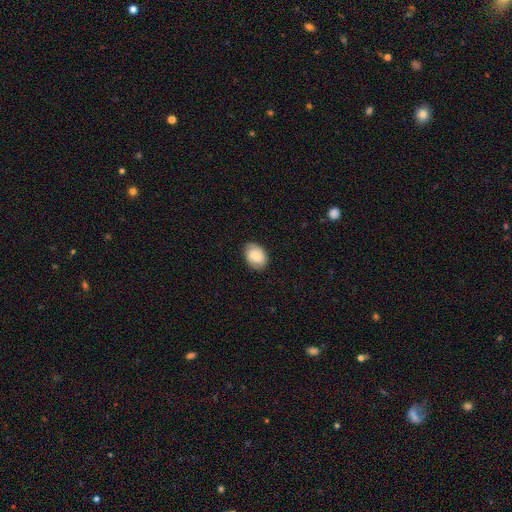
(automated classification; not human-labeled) Smooth or featured: smooth — 70% (featured or disk — 22%)
How rounded: in between — 72% (round — 27%)
Merging: none — 81% (minor disturbance — 15%)